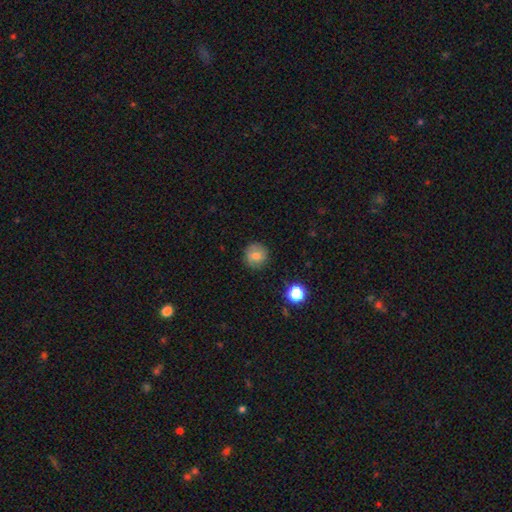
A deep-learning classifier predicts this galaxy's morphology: type=smooth (69%); roundness=round (91%); merging=none (85%).